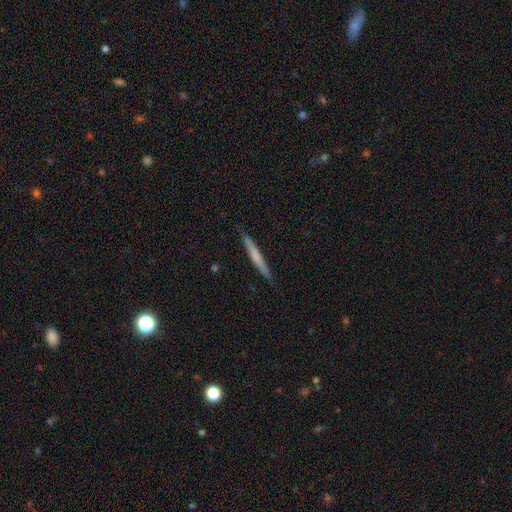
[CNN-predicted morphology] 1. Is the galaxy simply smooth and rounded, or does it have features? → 54% smooth, 40% featured or disk, 6% star or artifact.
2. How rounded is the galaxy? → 97% cigar-shaped, 2% in between, 1% round.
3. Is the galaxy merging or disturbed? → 90% none, 7% minor disturbance, 1% major disturbance, 1% merger.